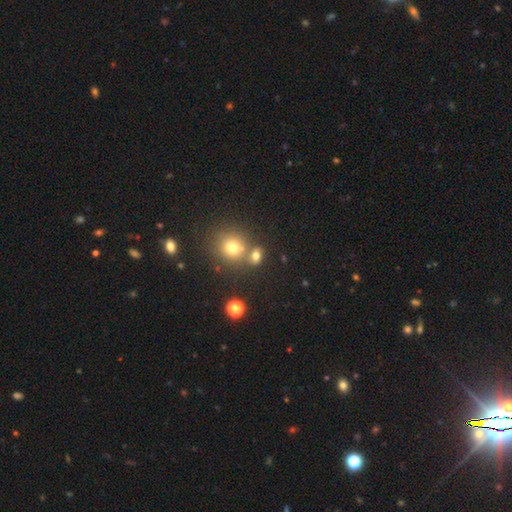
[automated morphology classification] Smooth or featured? Predicted: smooth (p=0.73). How rounded? Predicted: in between (p=0.50). Merging? Predicted: none (p=0.57).